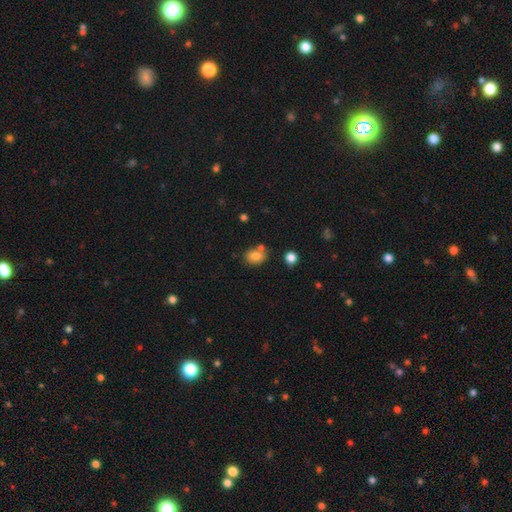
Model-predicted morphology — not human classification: smooth_or_featured: smooth (p=0.81) [alt: star or artifact p=0.11]
how_rounded: in between (p=0.62) [alt: round p=0.37]
merging: none (p=0.62) [alt: merger p=0.20]